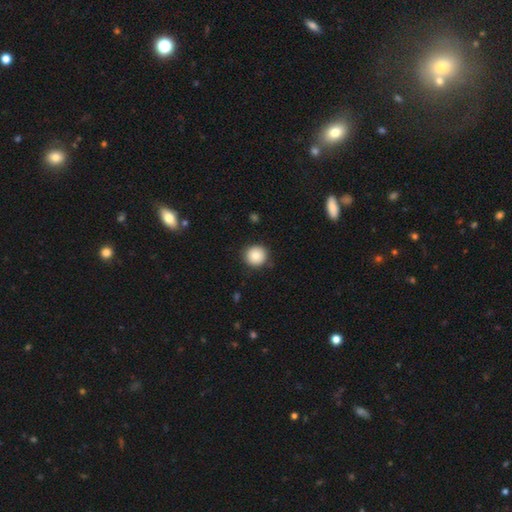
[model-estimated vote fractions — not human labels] smooth_or_featured: smooth (p=0.84) [alt: star or artifact p=0.09]
how_rounded: round (p=0.94) [alt: in between p=0.05]
merging: none (p=0.87) [alt: minor disturbance p=0.09]